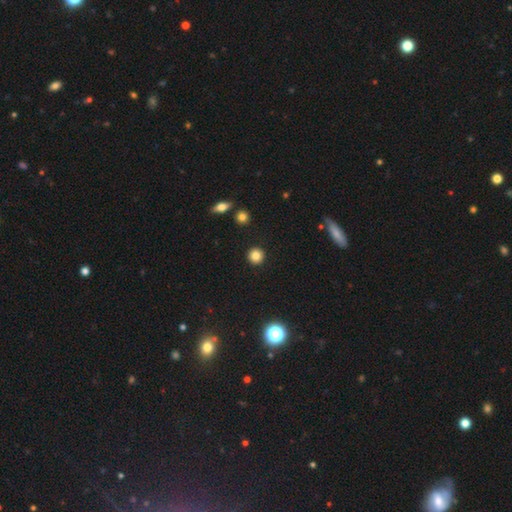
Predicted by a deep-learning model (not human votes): Smooth or featured?
  - smooth: 84% *
  - star or artifact: 11%
  - featured or disk: 5%
How rounded?
  - round: 95% *
  - in between: 4%
  - cigar-shaped: 1%
Merging?
  - none: 93% *
  - minor disturbance: 4%
  - major disturbance: 2%
  - merger: 1%